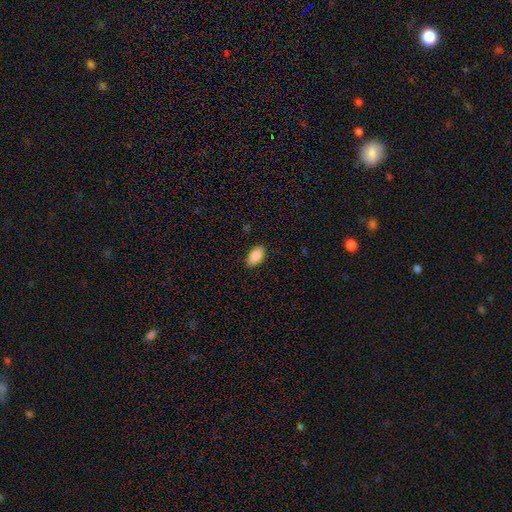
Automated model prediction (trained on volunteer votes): Morphology: type=smooth (88%); roundness=in between (95%); merging=none (88%).